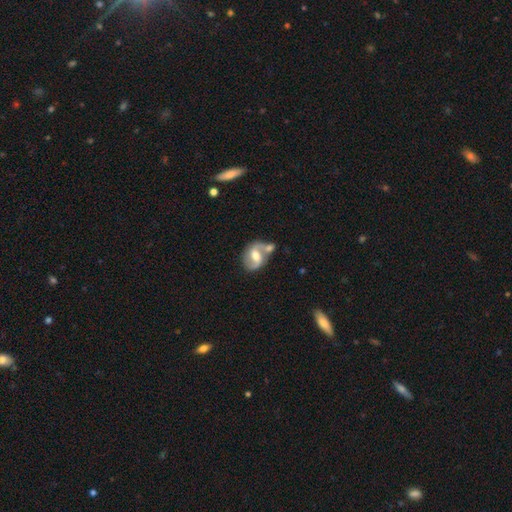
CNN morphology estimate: Smooth or featured: featured or disk — 72% (smooth — 22%)
Edge-on disk: no — 97% (yes — 3%)
Bar: weak — 48% (strong — 27%)
Spiral arms: yes — 86% (no — 14%)
Spiral winding: medium — 48% (loose — 35%)
Spiral arm count: 2 — 84% (1 — 7%)
Bulge size: moderate — 66% (small — 15%)
Merging: none — 47% (merger — 28%)